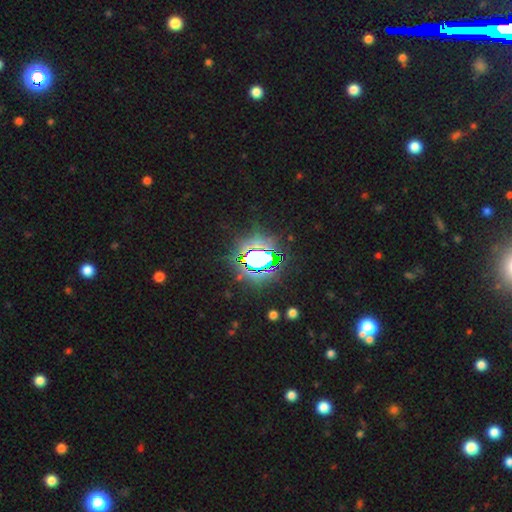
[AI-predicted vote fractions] Smooth or featured?
  - star or artifact: 75% *
  - smooth: 15%
  - featured or disk: 10%